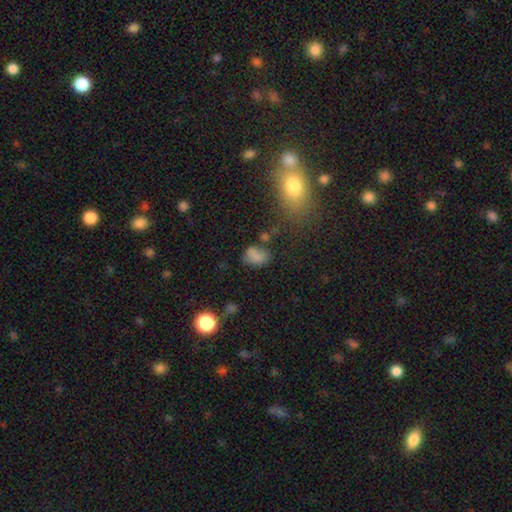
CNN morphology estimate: Q: Smooth or featured?
A: smooth (75%); runner-up: star or artifact (15%)
Q: How rounded?
A: in between (81%); runner-up: round (17%)
Q: Merging?
A: none (56%); runner-up: minor disturbance (23%)